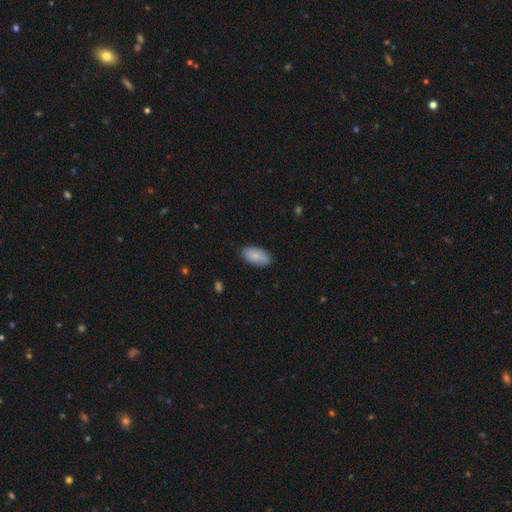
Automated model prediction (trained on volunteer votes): Smooth or featured: smooth — 81% (featured or disk — 13%)
How rounded: in between — 94% (round — 3%)
Merging: none — 82% (minor disturbance — 14%)